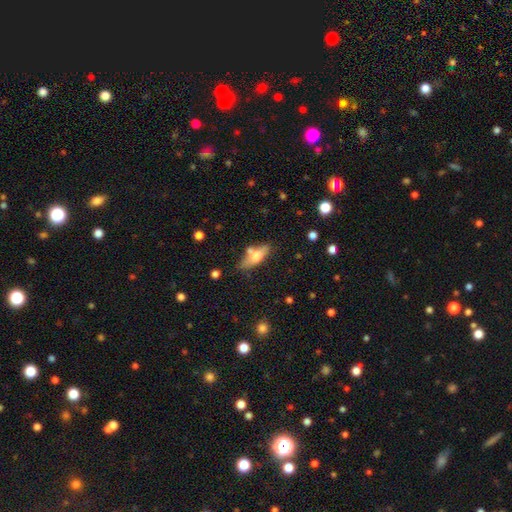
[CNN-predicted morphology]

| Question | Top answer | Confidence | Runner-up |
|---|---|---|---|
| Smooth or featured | smooth | 64% | featured or disk (29%) |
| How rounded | in between | 61% | cigar-shaped (36%) |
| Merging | none | 63% | minor disturbance (18%) |